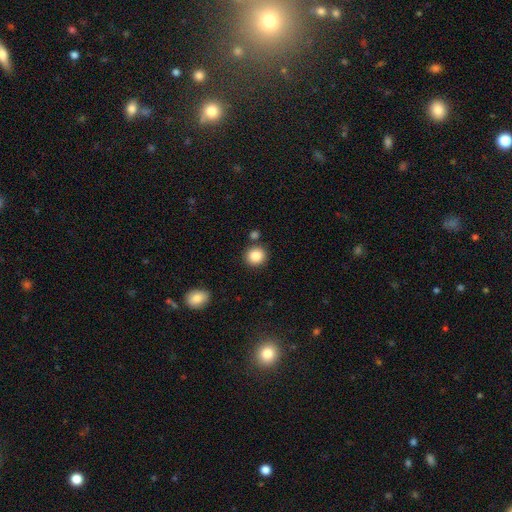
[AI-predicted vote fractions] smooth_or_featured: smooth (p=0.86) [alt: star or artifact p=0.09]
how_rounded: round (p=0.89) [alt: in between p=0.10]
merging: none (p=0.83) [alt: minor disturbance p=0.08]